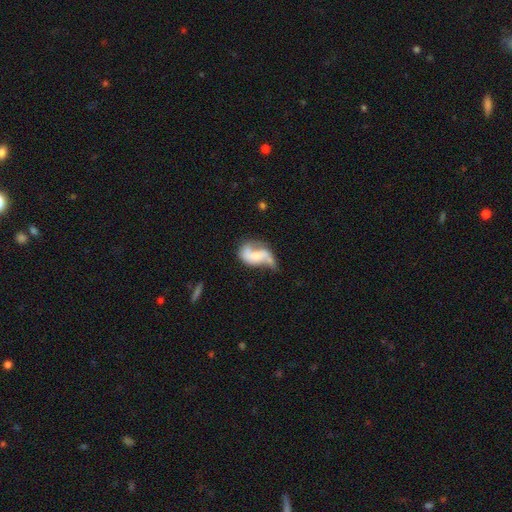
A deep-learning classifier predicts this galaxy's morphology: A featured or disk galaxy (66%) with no bar (55%), 2 (79%) loose (69%) spiral arms (80%) and a small central bulge (42%).

Vote fractions:
- Smooth or featured? featured or disk: 66% / smooth: 26% / star or artifact: 8%
- Edge-on disk? no: 96% / yes: 4%
- Bar? no: 55% / weak: 32% / strong: 13%
- Spiral arms? yes: 80% / no: 20%
- Spiral winding? loose: 69% / medium: 24% / tight: 7%
- Spiral arm count? 2: 79% / 1: 9% / can't tell: 7% / 3: 2% / 4: 1% / more than 4: 1%
- Bulge size? small: 42% / moderate: 30% / none: 20% / large: 5% / dominant: 2%
- Merging? major disturbance: 30% (tied) / none: 30% (tied) / minor disturbance: 26% / merger: 13%